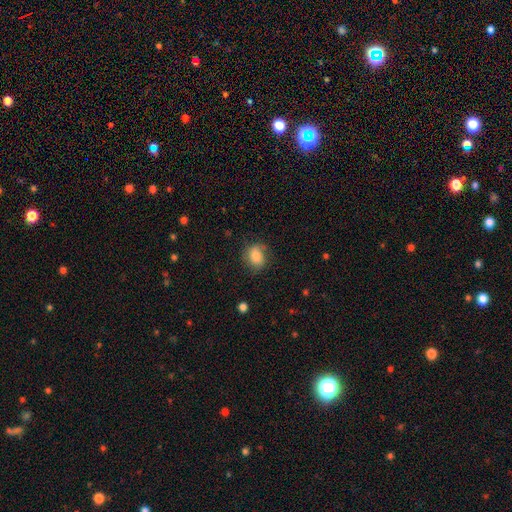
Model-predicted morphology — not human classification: Smooth or featured? Predicted: smooth (p=0.78). How rounded? Predicted: in between (p=0.53). Merging? Predicted: none (p=0.68).